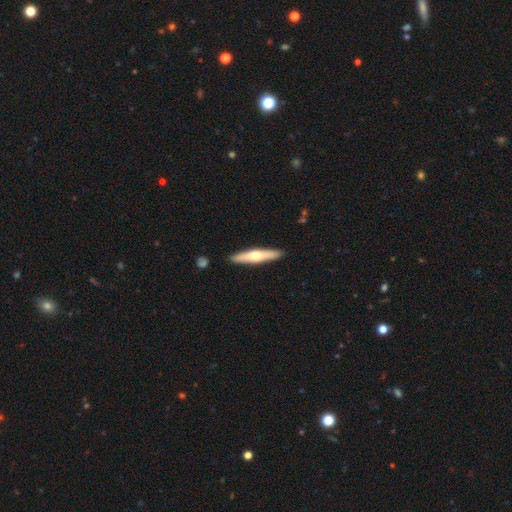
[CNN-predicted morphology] Smooth or featured? Predicted: featured or disk (p=0.49). Merging? Predicted: none (p=0.90).